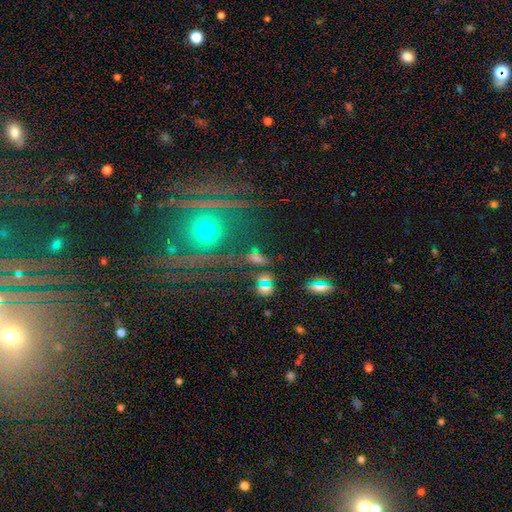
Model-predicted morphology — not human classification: Smooth or featured? Predicted: smooth (p=0.48). Merging? Predicted: none (p=0.60).